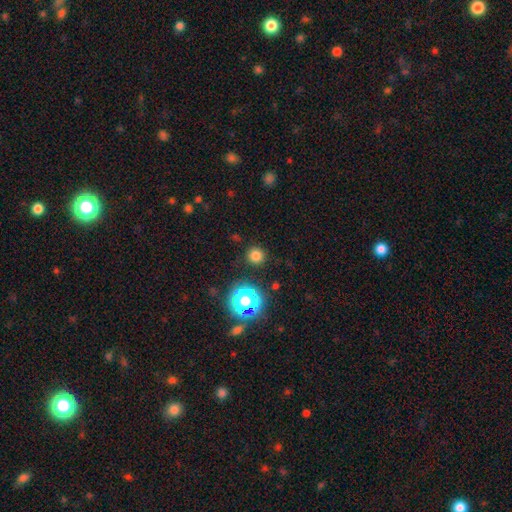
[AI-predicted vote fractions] Smooth or featured? smooth (75%)
How rounded? round (93%)
Merging? none (88%)